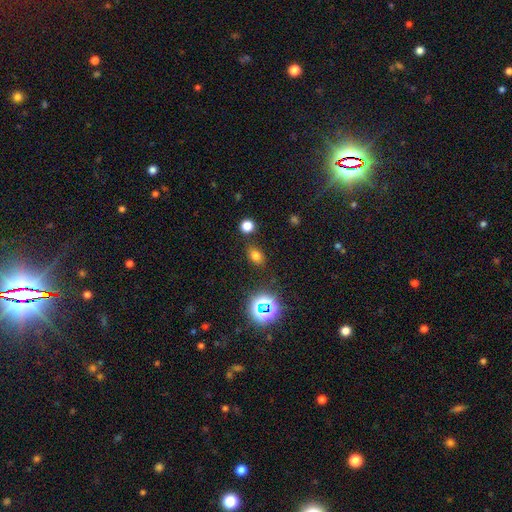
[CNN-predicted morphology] Q: Smooth or featured?
A: smooth (70%); runner-up: star or artifact (22%)
Q: How rounded?
A: in between (71%); runner-up: round (28%)
Q: Merging?
A: none (81%); runner-up: minor disturbance (11%)